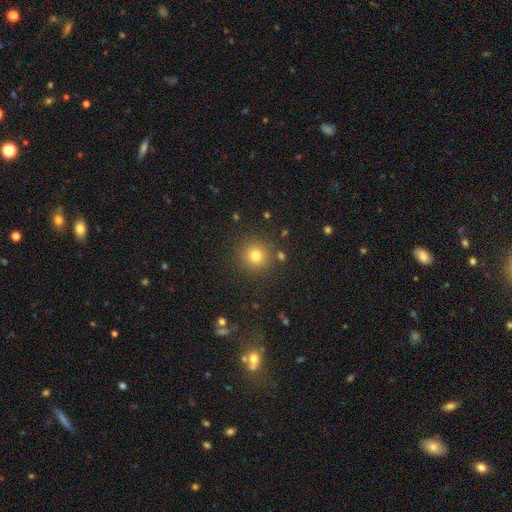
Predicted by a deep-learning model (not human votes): This appears to be a smooth galaxy with no disk features (77%) that is round (94%). Merging: none (87%).